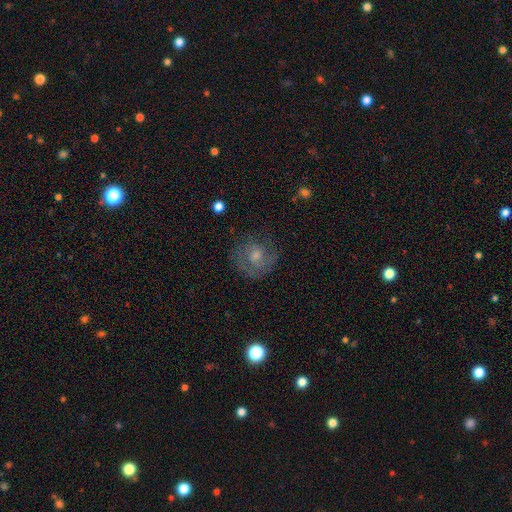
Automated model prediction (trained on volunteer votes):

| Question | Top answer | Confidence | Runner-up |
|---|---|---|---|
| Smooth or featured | featured or disk | 49% | smooth (37%) |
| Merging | none | 73% | minor disturbance (17%) |